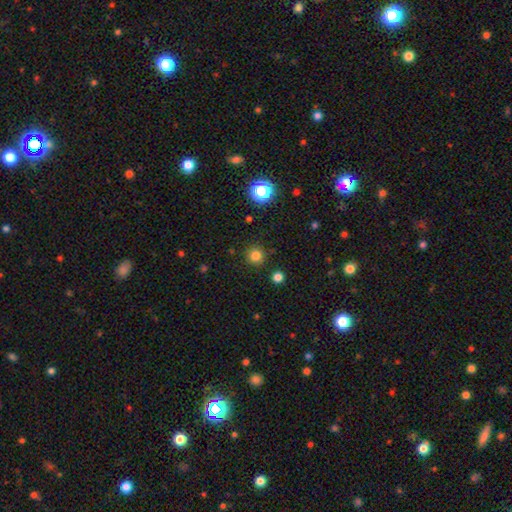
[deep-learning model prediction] Smooth or featured?
  - smooth: 80% *
  - star or artifact: 15%
  - featured or disk: 4%
How rounded?
  - round: 95% *
  - in between: 4%
  - cigar-shaped: 1%
Merging?
  - none: 90% *
  - minor disturbance: 6%
  - major disturbance: 2%
  - merger: 2%